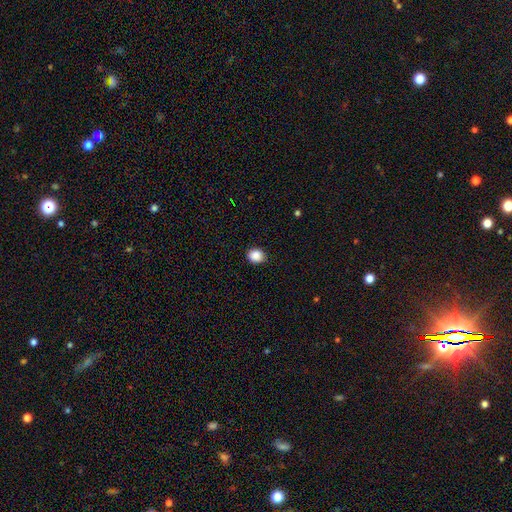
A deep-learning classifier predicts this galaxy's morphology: smooth_or_featured: smooth (p=0.88) [alt: star or artifact p=0.09]
how_rounded: round (p=0.69) [alt: in between p=0.30]
merging: none (p=0.89) [alt: minor disturbance p=0.08]